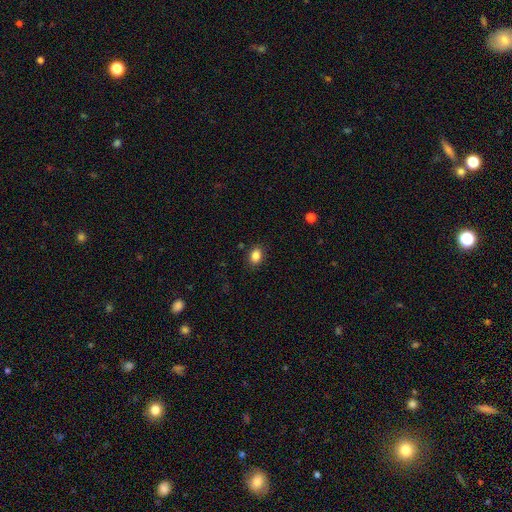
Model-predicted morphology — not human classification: smooth_or_featured: smooth (p=0.86) [alt: star or artifact p=0.09]
how_rounded: in between (p=0.71) [alt: round p=0.27]
merging: none (p=0.87) [alt: minor disturbance p=0.09]